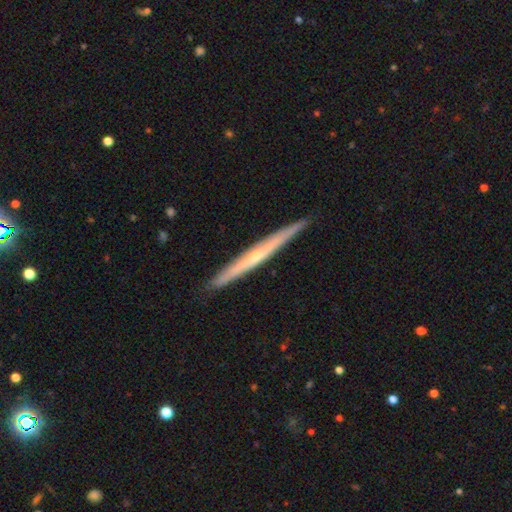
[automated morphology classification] Q: Smooth or featured?
A: featured or disk (69%); runner-up: smooth (26%)
Q: Edge-on disk?
A: yes (97%); runner-up: no (3%)
Q: Edge-on bulge?
A: rounded (58%); runner-up: none (39%)
Q: Merging?
A: none (91%); runner-up: minor disturbance (7%)